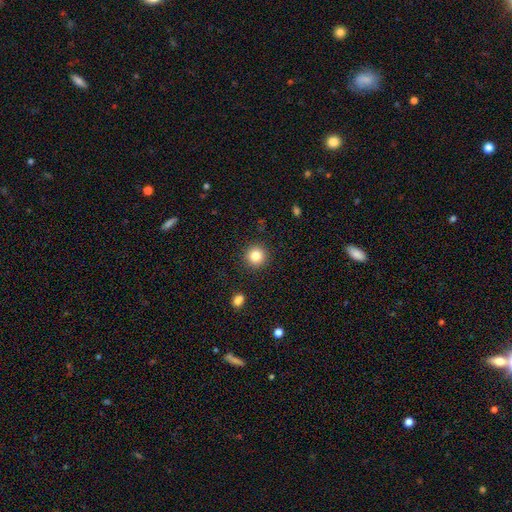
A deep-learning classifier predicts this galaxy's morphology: Overall: smooth (83%). How rounded: round (95%). Merging: none (91%).